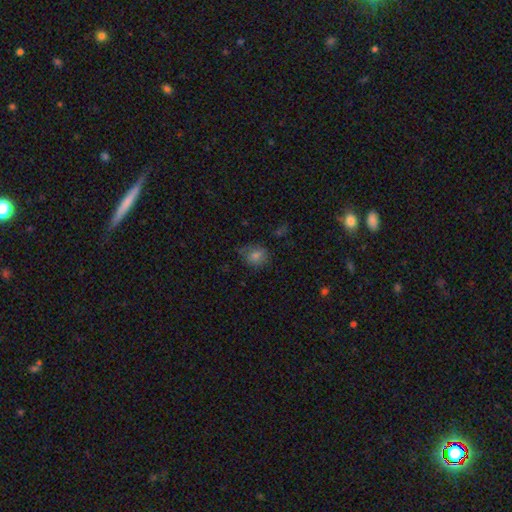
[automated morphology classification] Smooth or featured: smooth — 69% (star or artifact — 17%)
How rounded: round — 64% (in between — 35%)
Merging: none — 66% (minor disturbance — 24%)